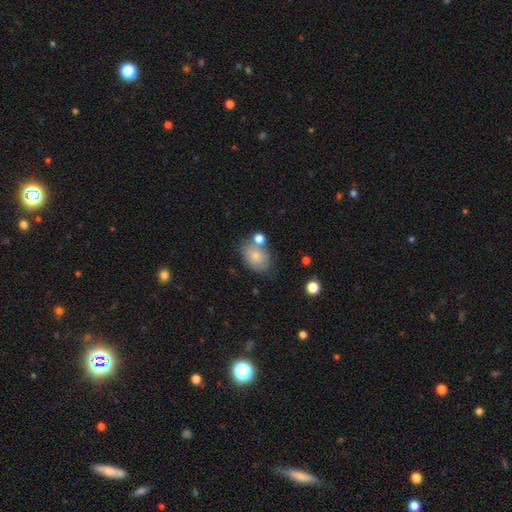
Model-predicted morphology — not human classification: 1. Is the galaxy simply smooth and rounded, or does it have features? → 79% smooth, 13% featured or disk, 8% star or artifact.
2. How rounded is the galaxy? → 79% in between, 20% round, 1% cigar-shaped.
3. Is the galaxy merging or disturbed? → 60% none, 18% minor disturbance, 16% merger, 5% major disturbance.